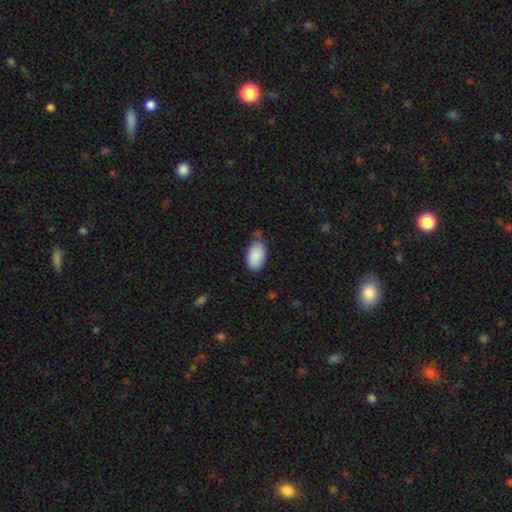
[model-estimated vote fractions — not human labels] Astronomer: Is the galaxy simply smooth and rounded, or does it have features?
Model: smooth — 89%.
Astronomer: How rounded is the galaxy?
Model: in between — 94%.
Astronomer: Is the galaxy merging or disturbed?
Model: none — 57% (runner-up: minor disturbance, 33%).